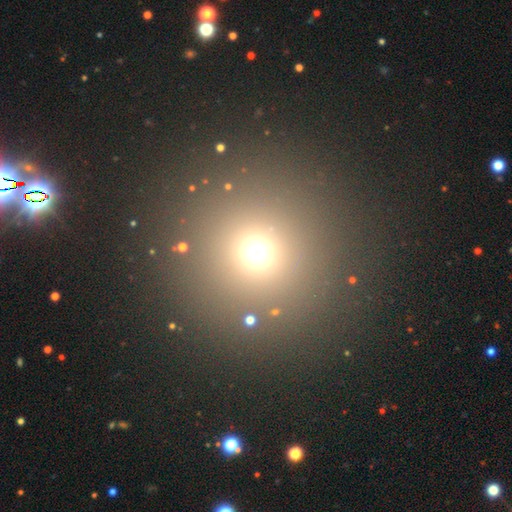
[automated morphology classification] Smooth or featured? Predicted: smooth (p=0.54). How rounded? Predicted: round (p=0.96). Merging? Predicted: none (p=0.89).